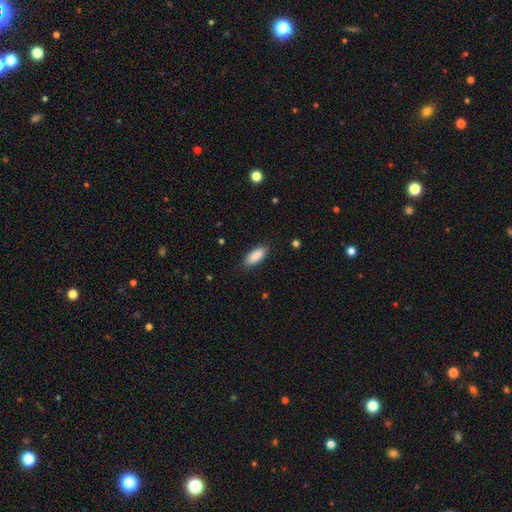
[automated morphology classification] Overall: smooth (89%). How rounded: in between (82%). Merging: none (85%).